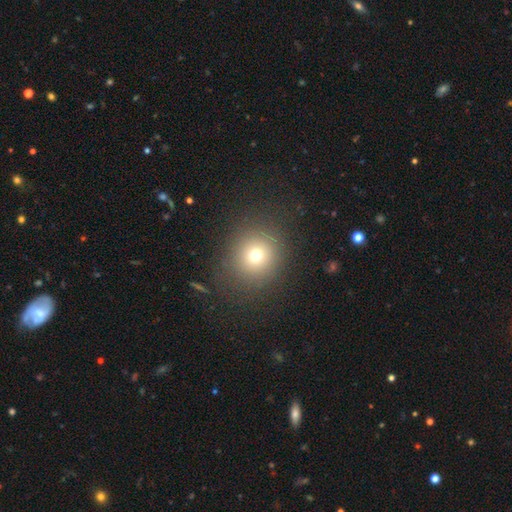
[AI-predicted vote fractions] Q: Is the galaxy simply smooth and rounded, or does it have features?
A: smooth — 70%.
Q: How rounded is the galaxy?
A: round — 88%.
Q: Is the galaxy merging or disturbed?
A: none — 85%.